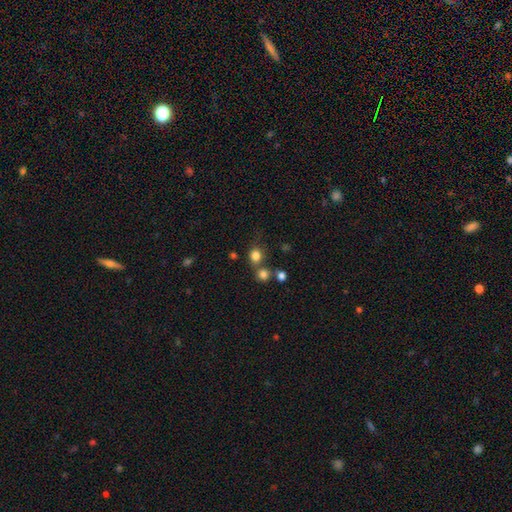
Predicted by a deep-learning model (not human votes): Q: Smooth or featured?
A: smooth (80%); runner-up: star or artifact (14%)
Q: How rounded?
A: round (77%); runner-up: in between (22%)
Q: Merging?
A: none (59%); runner-up: merger (24%)